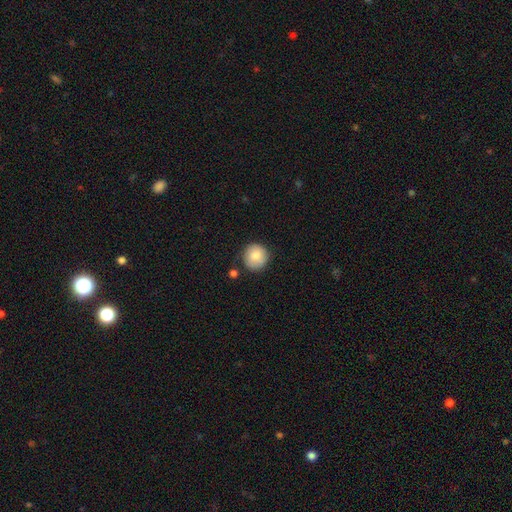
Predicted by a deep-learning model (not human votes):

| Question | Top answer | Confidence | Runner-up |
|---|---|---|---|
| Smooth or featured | smooth | 83% | featured or disk (10%) |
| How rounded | round | 91% | in between (8%) |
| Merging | none | 77% | minor disturbance (16%) |